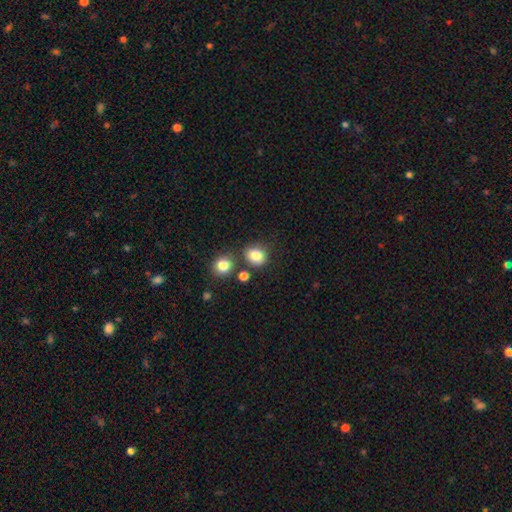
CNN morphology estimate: smooth-or-featured: smooth: 83% | star or artifact: 12% | featured or disk: 6%
  how-rounded: round: 74% | in between: 25% | cigar-shaped: 1%
  merging: none: 74% | minor disturbance: 12% | merger: 11% | major disturbance: 4%